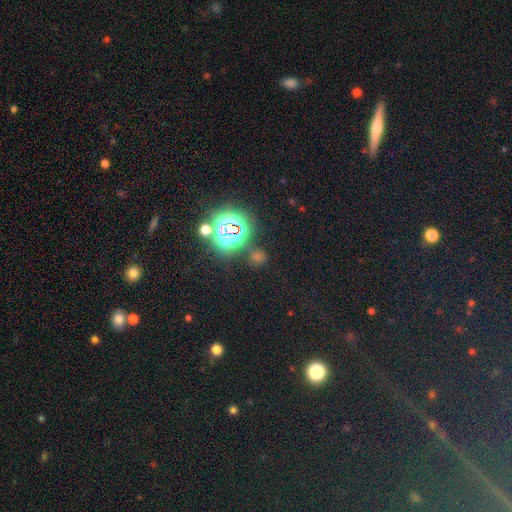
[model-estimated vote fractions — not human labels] This is likely a star or artifact rather than a galaxy (65%).